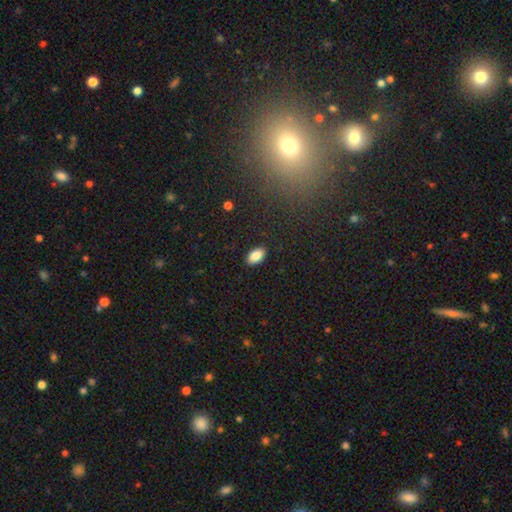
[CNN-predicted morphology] Smooth or featured?
  - smooth: 87% *
  - star or artifact: 8%
  - featured or disk: 6%
How rounded?
  - in between: 94% *
  - round: 4%
  - cigar-shaped: 2%
Merging?
  - none: 89% *
  - minor disturbance: 8%
  - major disturbance: 2%
  - merger: 1%